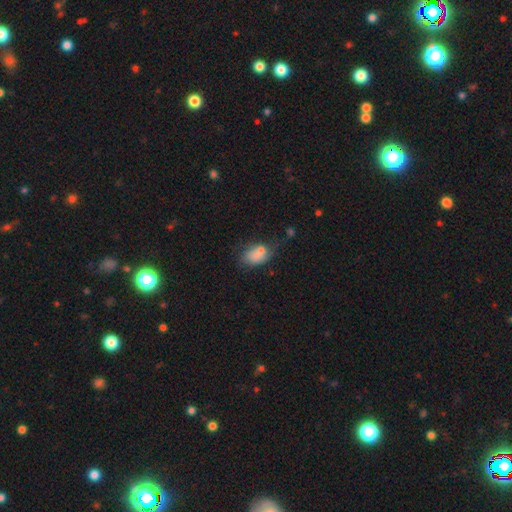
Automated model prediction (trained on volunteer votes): Smooth or featured? Predicted: smooth (p=0.71). How rounded? Predicted: in between (p=0.82). Merging? Predicted: none (p=0.36).